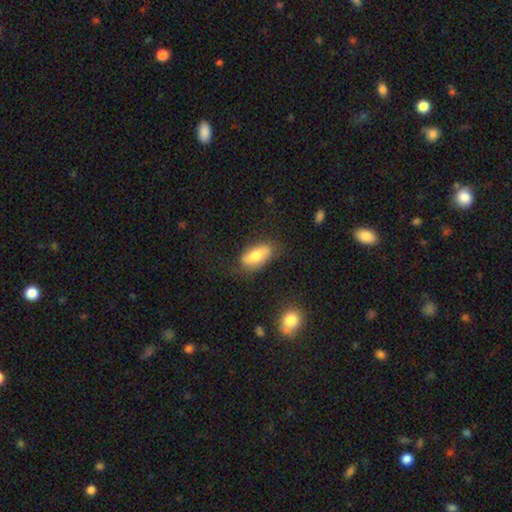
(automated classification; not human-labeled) Smooth or featured: smooth — 65% (featured or disk — 28%)
How rounded: in between — 85% (cigar-shaped — 11%)
Merging: none — 71% (minor disturbance — 20%)